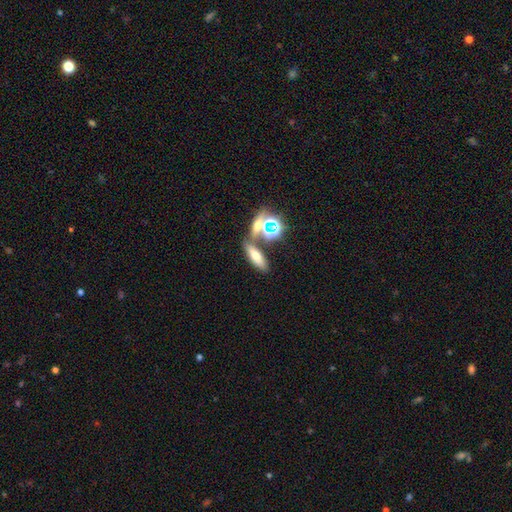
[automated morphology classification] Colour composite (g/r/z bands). It shows a smooth galaxy with no disk features (58%) that is in between round and cigar-shaped (52%). Merging: none (64%).